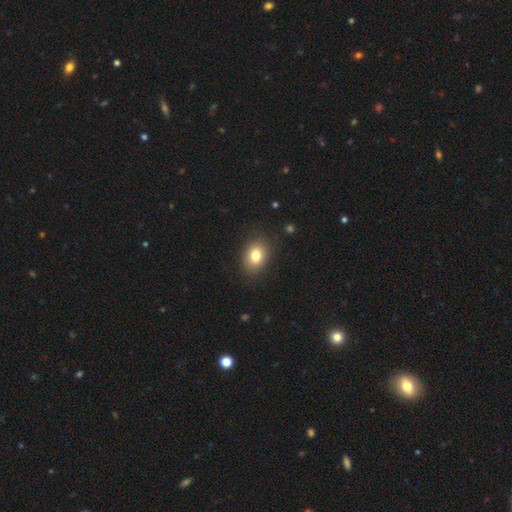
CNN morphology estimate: smooth 81%, featured or disk 10%, star or artifact 9%. Down the decision tree: how rounded — in between (71%); merging — none (86%).